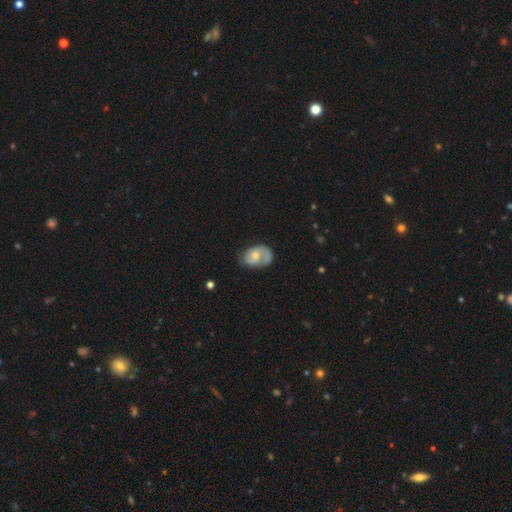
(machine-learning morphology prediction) Smooth or featured? Predicted: featured or disk (p=0.58). Edge-on disk? Predicted: no (p=0.97). Bar? Predicted: no (p=0.70). Spiral arms? Predicted: yes (p=0.80). Bulge size? Predicted: moderate (p=0.47). Merging? Predicted: none (p=0.50).